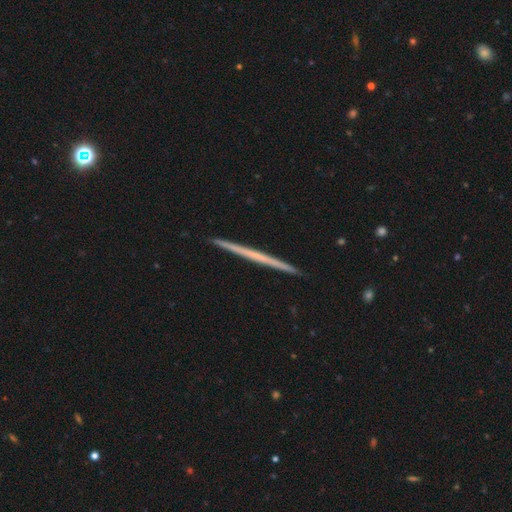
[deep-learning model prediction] smooth_or_featured: featured or disk (p=0.62) [alt: smooth p=0.32]
disk_edge_on: yes (p=0.98) [alt: no p=0.02]
edge_on_bulge: none (p=0.83) [alt: rounded p=0.13]
merging: none (p=0.92) [alt: minor disturbance p=0.06]